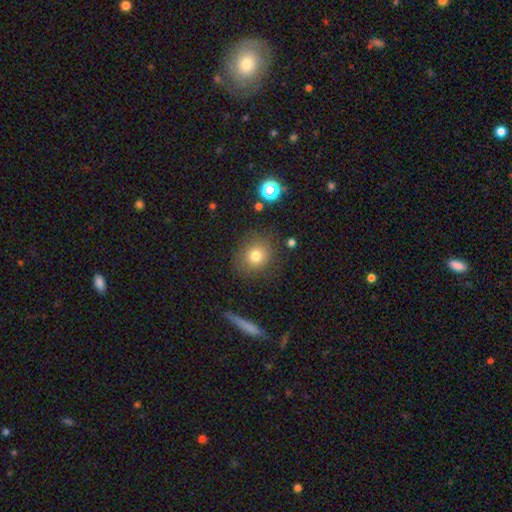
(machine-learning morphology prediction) smooth-or-featured: smooth: 76% | star or artifact: 13% | featured or disk: 10%
  how-rounded: round: 84% | in between: 14% | cigar-shaped: 1%
  merging: none: 83% | minor disturbance: 10% | major disturbance: 4% | merger: 3%